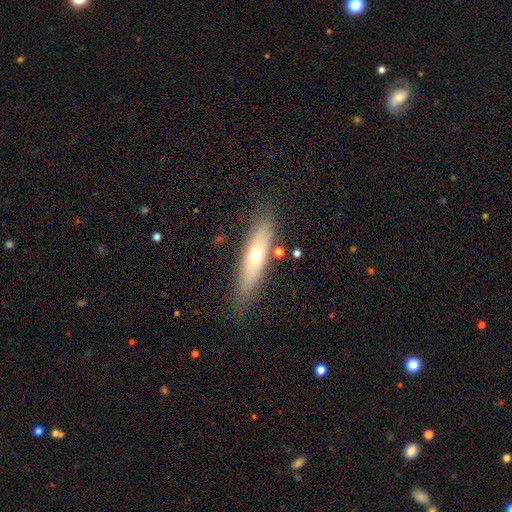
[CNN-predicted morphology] smooth 49%, featured or disk 42%, star or artifact 8%. Down the decision tree: merging — none (83%).